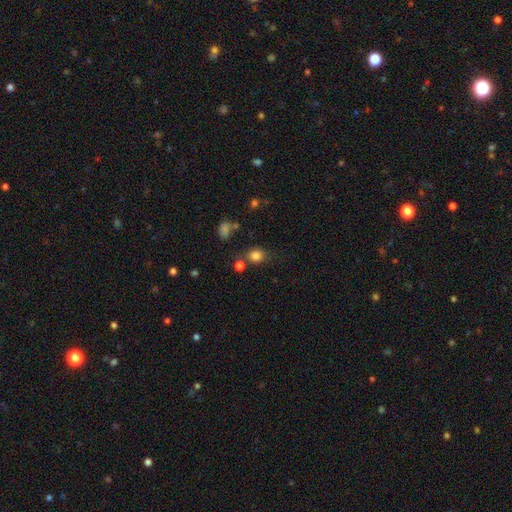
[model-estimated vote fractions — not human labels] Smooth or featured?
  - smooth: 81% *
  - star or artifact: 13%
  - featured or disk: 6%
How rounded?
  - round: 57% *
  - in between: 42%
  - cigar-shaped: 1%
Merging?
  - none: 68% *
  - minor disturbance: 15%
  - merger: 11%
  - major disturbance: 6%